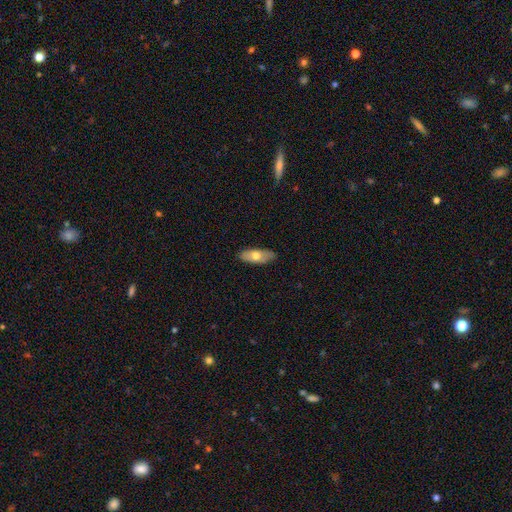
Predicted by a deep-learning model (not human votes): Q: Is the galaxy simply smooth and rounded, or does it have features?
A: smooth — 64%.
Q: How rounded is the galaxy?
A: in between — 78%.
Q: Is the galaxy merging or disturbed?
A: none — 86%.